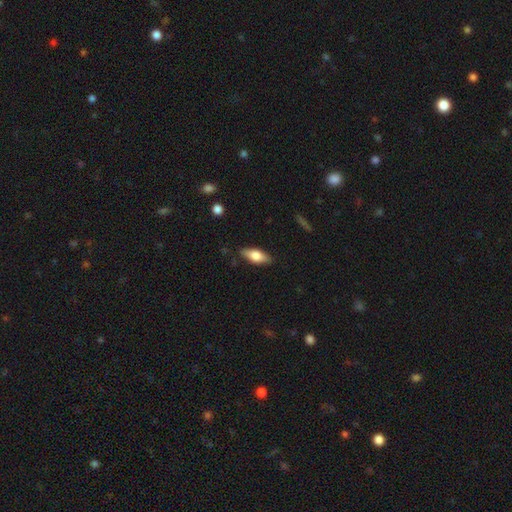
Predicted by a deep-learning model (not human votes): smooth-or-featured: smooth: 62% | featured or disk: 32% | star or artifact: 6%
  how-rounded: in between: 76% | cigar-shaped: 21% | round: 3%
  merging: none: 84% | minor disturbance: 12% | major disturbance: 2% | merger: 1%